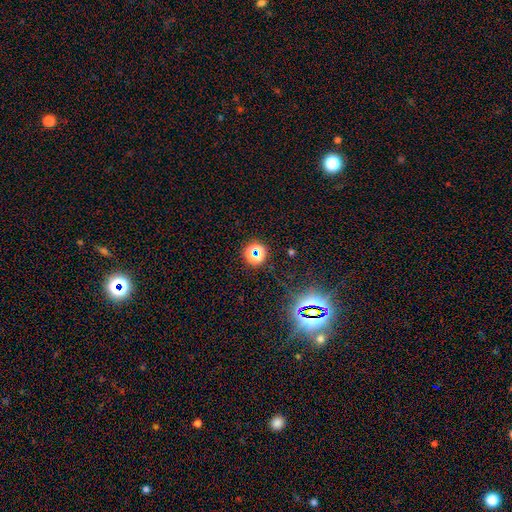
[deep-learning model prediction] Q: Smooth or featured?
A: star or artifact (66%); runner-up: smooth (25%)